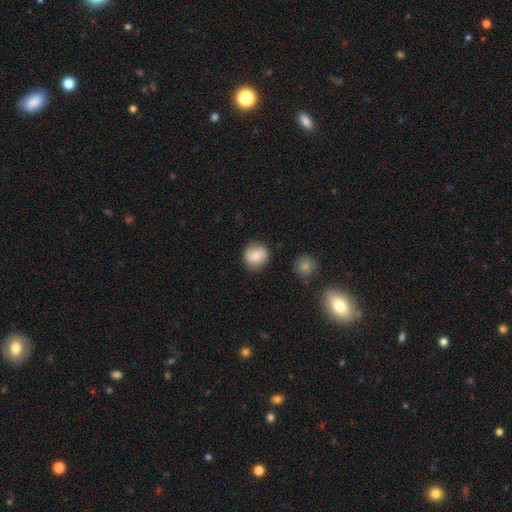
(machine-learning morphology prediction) smooth_or_featured: smooth (p=0.75) [alt: featured or disk p=0.18]
how_rounded: round (p=0.86) [alt: in between p=0.13]
merging: none (p=0.80) [alt: minor disturbance p=0.14]